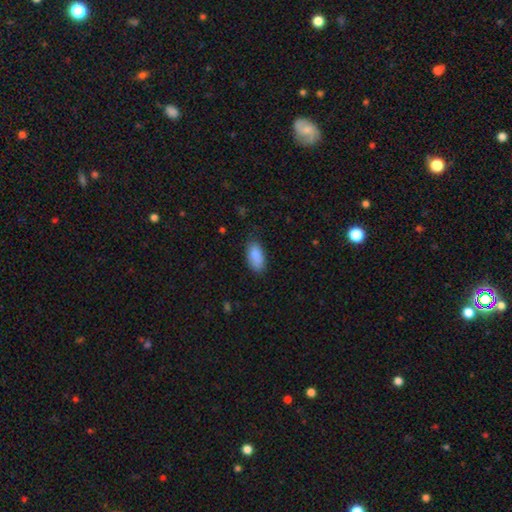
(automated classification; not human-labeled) Overall: smooth (87%). How rounded: in between (92%). Merging: none (76%).